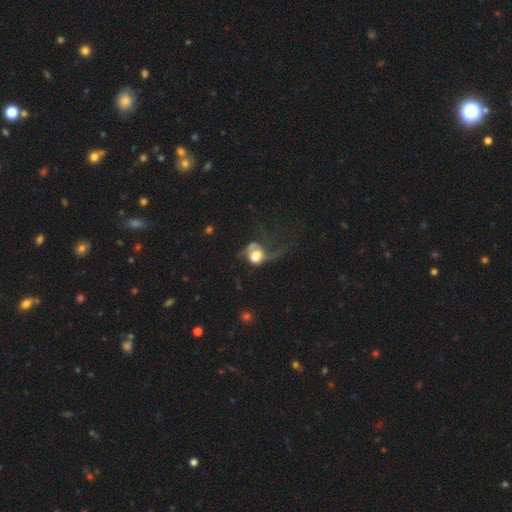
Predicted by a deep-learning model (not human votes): A featured or disk galaxy (48%). Merging: major disturbance (61%).